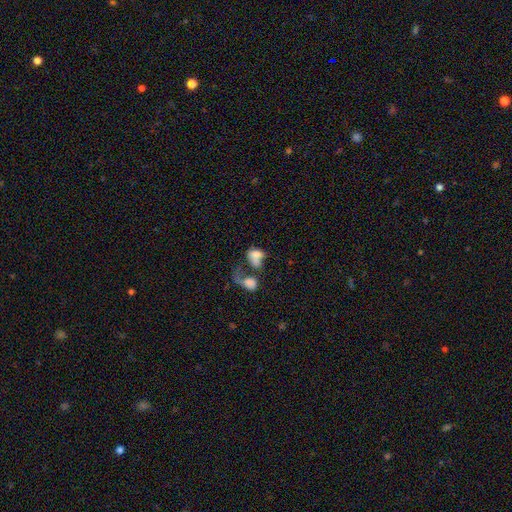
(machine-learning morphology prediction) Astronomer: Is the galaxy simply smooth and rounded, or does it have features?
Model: smooth — 62%.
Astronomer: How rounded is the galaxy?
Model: in between — 74%.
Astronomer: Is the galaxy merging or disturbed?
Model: merger — 59%.